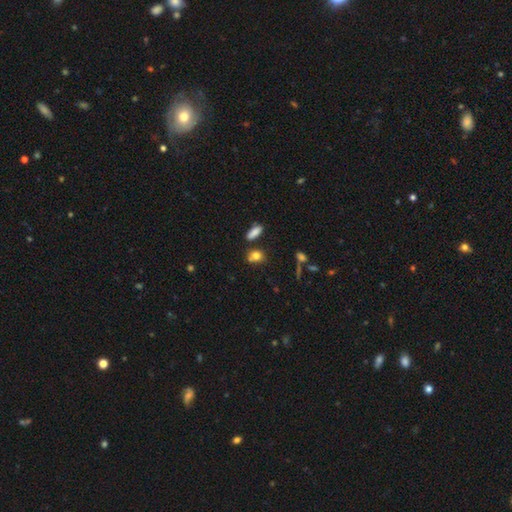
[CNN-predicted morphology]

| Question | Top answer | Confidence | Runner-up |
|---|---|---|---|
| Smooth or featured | smooth | 80% | star or artifact (12%) |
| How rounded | in between | 52% | round (42%) |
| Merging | none | 64% | merger (16%) |